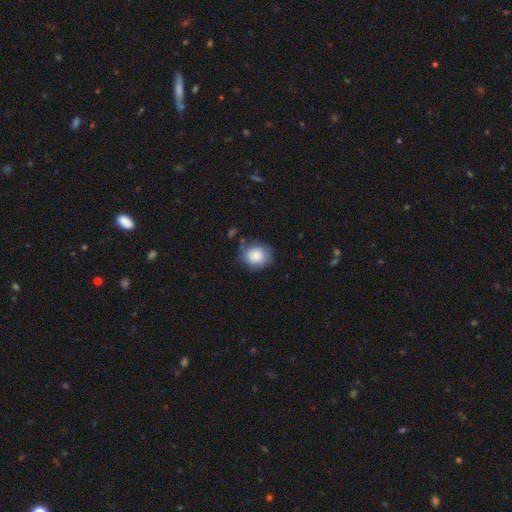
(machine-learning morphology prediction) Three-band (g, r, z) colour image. It shows a smooth galaxy with no disk features (78%) that is round (77%). Merging: none (64%).